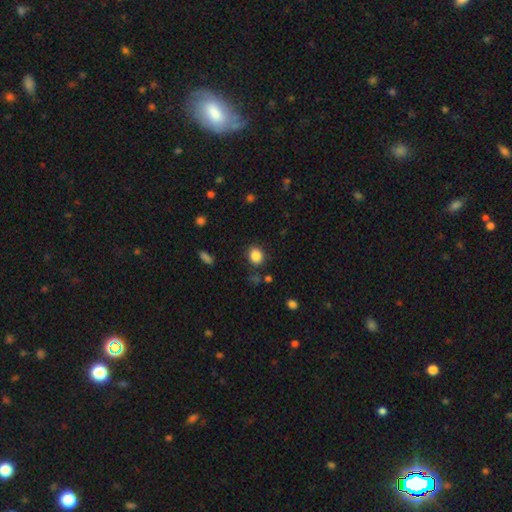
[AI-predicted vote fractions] This is clearly a smooth galaxy (86%). How rounded: likely round (61%). Merging: clearly none (83%).